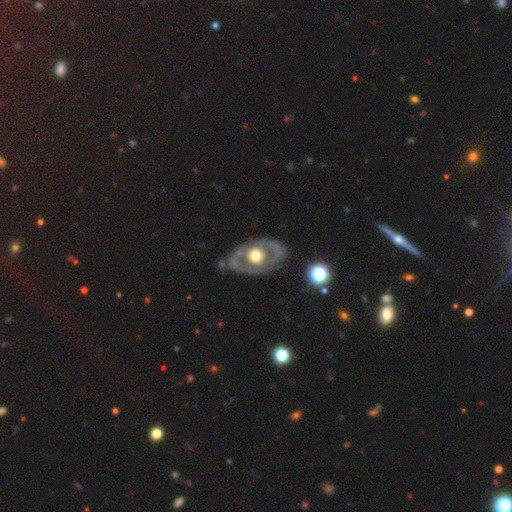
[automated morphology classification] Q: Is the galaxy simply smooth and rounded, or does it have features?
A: featured or disk — 66%.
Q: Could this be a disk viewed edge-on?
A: no — 92%.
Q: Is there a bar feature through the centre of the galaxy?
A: no — 87%.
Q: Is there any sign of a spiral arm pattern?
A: no — 76%.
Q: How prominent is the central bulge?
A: moderate — 51%.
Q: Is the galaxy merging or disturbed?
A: none — 73%.